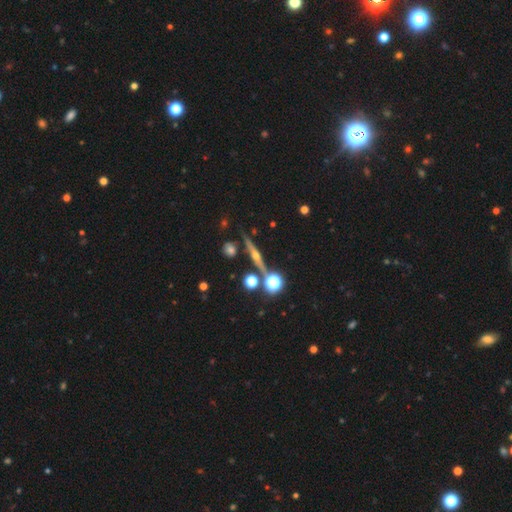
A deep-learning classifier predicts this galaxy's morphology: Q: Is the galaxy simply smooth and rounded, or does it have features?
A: featured or disk — 78%.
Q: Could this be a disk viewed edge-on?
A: yes — 97%.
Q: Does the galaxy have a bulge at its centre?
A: rounded — 94%.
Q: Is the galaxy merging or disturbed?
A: none — 86%.